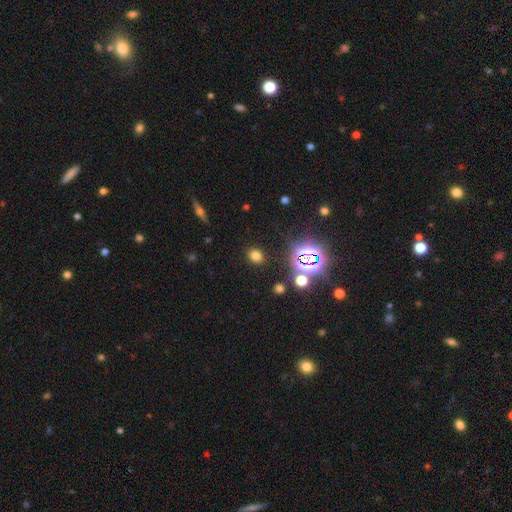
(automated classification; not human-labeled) Smooth or featured?
  - smooth: 69% *
  - star or artifact: 25%
  - featured or disk: 7%
How rounded?
  - round: 55% *
  - in between: 43%
  - cigar-shaped: 1%
Merging?
  - none: 88% *
  - minor disturbance: 7%
  - major disturbance: 3%
  - merger: 2%